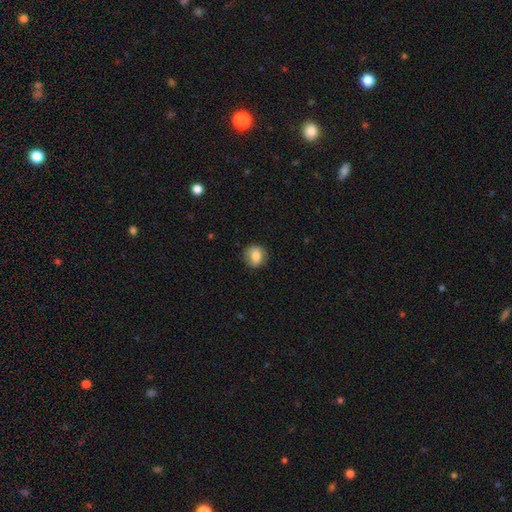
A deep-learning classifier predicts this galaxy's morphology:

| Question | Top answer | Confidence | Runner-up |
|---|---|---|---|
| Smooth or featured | smooth | 80% | featured or disk (12%) |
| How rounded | round | 75% | in between (24%) |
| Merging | none | 79% | minor disturbance (16%) |